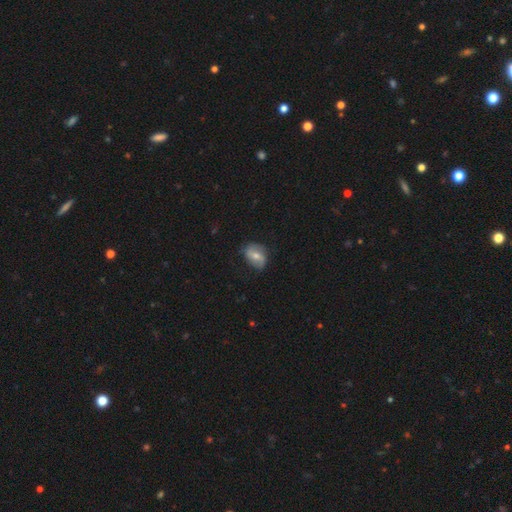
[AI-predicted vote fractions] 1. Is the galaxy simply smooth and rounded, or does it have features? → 47% featured or disk, 46% smooth, 8% star or artifact.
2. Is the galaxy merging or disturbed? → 67% none, 25% minor disturbance, 7% major disturbance, 1% merger.